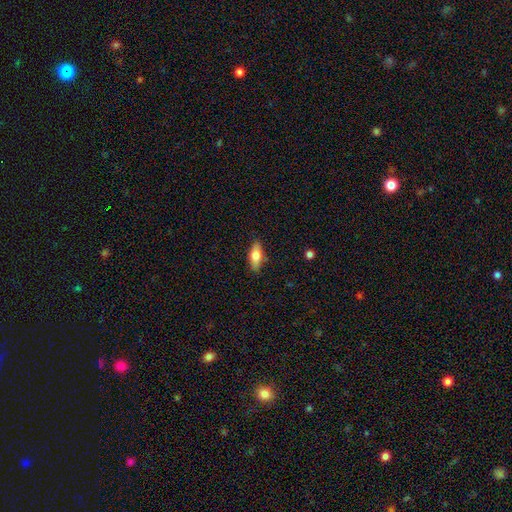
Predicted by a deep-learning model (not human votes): Morphology: type=smooth (70%); roundness=in between (73%); merging=none (84%).